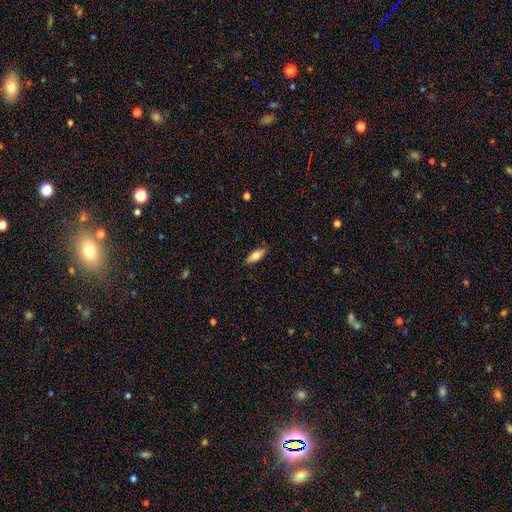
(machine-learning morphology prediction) Q: Smooth or featured?
A: smooth (76%); runner-up: featured or disk (17%)
Q: How rounded?
A: in between (75%); runner-up: cigar-shaped (22%)
Q: Merging?
A: none (87%); runner-up: minor disturbance (10%)